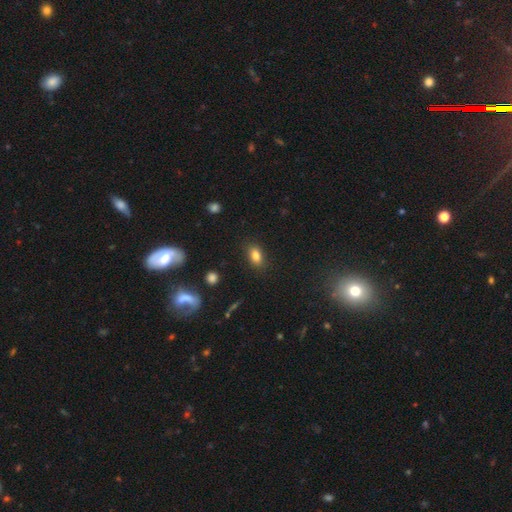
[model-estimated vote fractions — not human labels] A smooth galaxy with no disk features (83%) that is in between round and cigar-shaped (84%).

Vote fractions:
- Smooth or featured? smooth: 83% / star or artifact: 10% / featured or disk: 7%
- How rounded? in between: 84% / round: 12% / cigar-shaped: 4%
- Merging? none: 85% / minor disturbance: 10% / major disturbance: 3% / merger: 2%